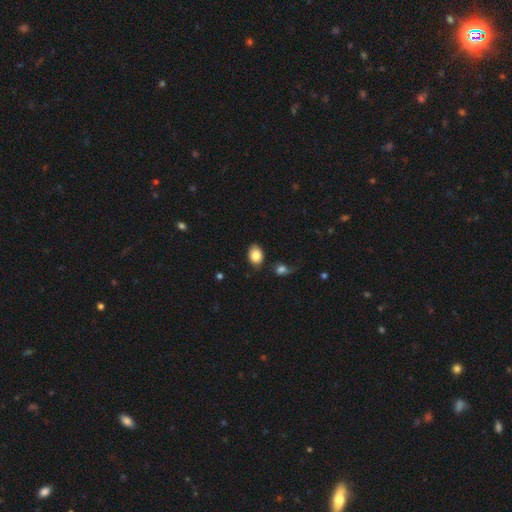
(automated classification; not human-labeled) smooth 86%, star or artifact 7%, featured or disk 7%. Down the decision tree: how rounded — in between (78%); merging — none (77%).